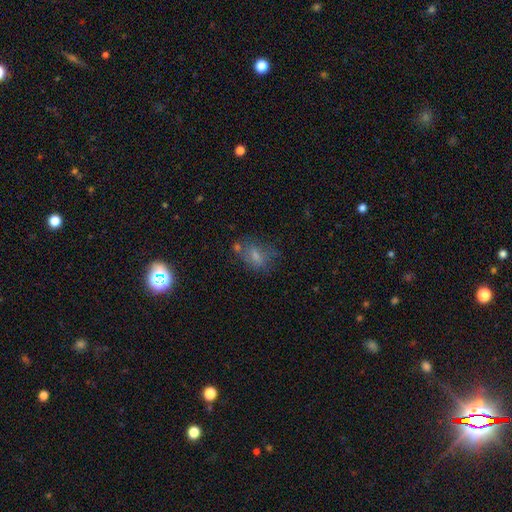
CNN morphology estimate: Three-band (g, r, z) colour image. It shows a smooth galaxy with no disk features (47%). Merging: none (61%).